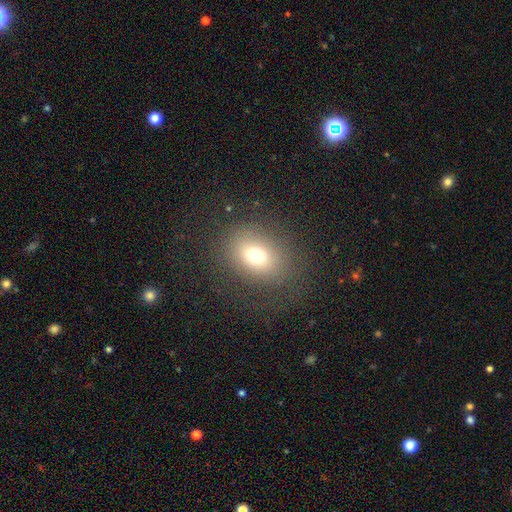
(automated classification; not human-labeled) A smooth galaxy with no disk features (71%) that is in between round and cigar-shaped (53%). Merging: none (76%).